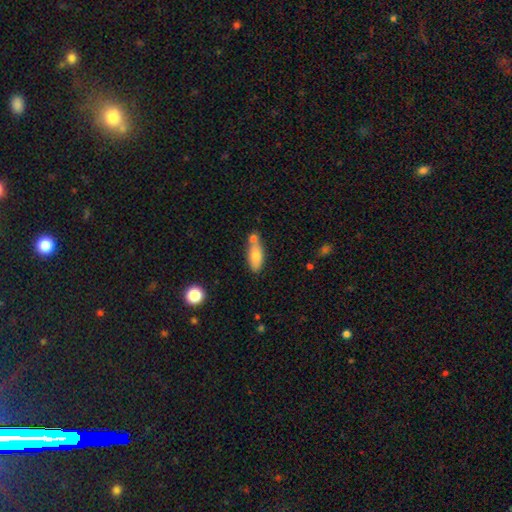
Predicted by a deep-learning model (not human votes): Smooth or featured? smooth (78%)
How rounded? in between (77%)
Merging? none (52%)